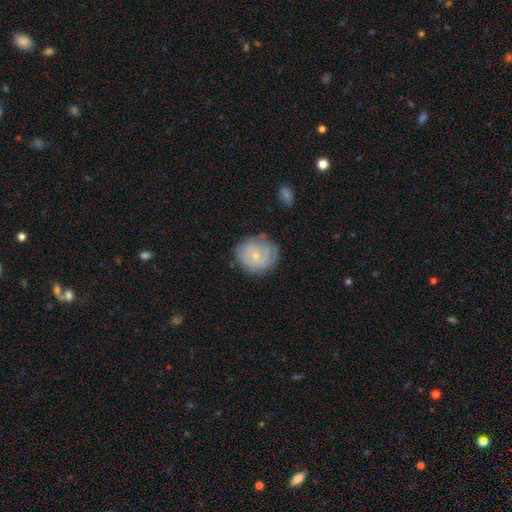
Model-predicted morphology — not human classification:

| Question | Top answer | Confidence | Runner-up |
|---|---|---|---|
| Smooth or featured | featured or disk | 55% | smooth (37%) |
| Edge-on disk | no | 97% | yes (3%) |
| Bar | no | 78% | weak (20%) |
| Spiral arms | yes | 77% | no (23%) |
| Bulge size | small | 75% | moderate (21%) |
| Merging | none | 74% | minor disturbance (18%) |